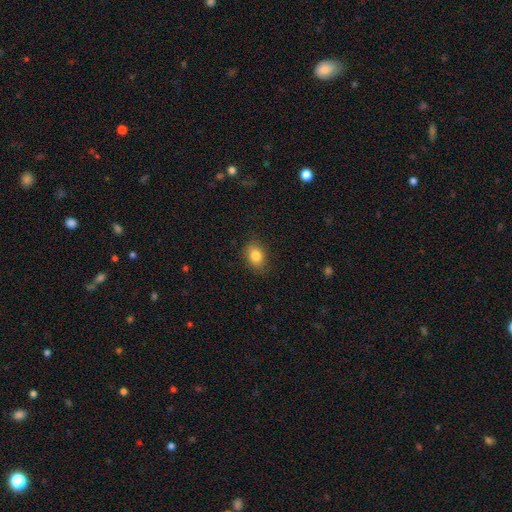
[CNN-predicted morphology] Smooth or featured: smooth — 84% (star or artifact — 9%)
How rounded: in between — 75% (round — 23%)
Merging: none — 84% (minor disturbance — 12%)